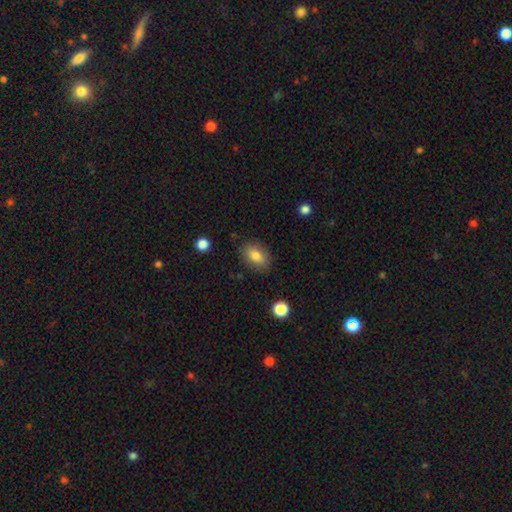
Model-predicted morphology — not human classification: smooth-or-featured: smooth: 81% | featured or disk: 10% | star or artifact: 8%
  how-rounded: in between: 81% | round: 18% | cigar-shaped: 2%
  merging: none: 84% | minor disturbance: 11% | major disturbance: 3% | merger: 1%